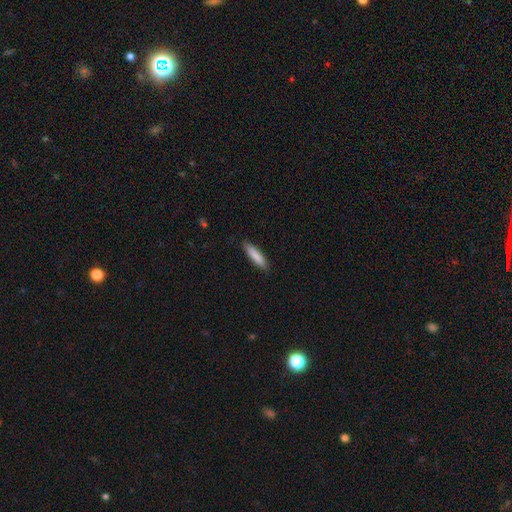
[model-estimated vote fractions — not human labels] smooth 85%, featured or disk 9%, star or artifact 6%. Down the decision tree: how rounded — cigar-shaped (80%); merging — none (87%).